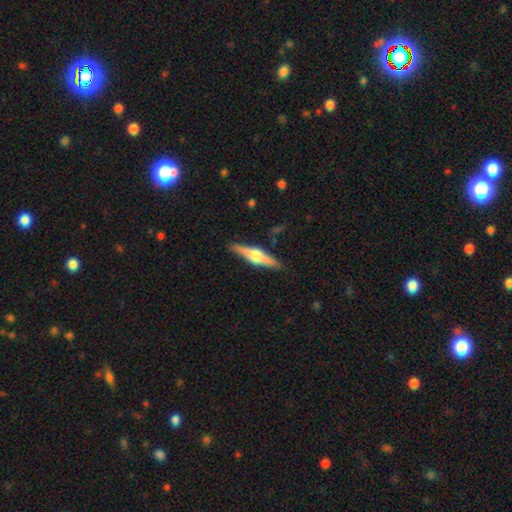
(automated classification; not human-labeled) smooth_or_featured: featured or disk (p=0.70) [alt: smooth p=0.24]
disk_edge_on: yes (p=0.97) [alt: no p=0.03]
edge_on_bulge: rounded (p=0.94) [alt: boxy p=0.04]
merging: none (p=0.90) [alt: minor disturbance p=0.08]